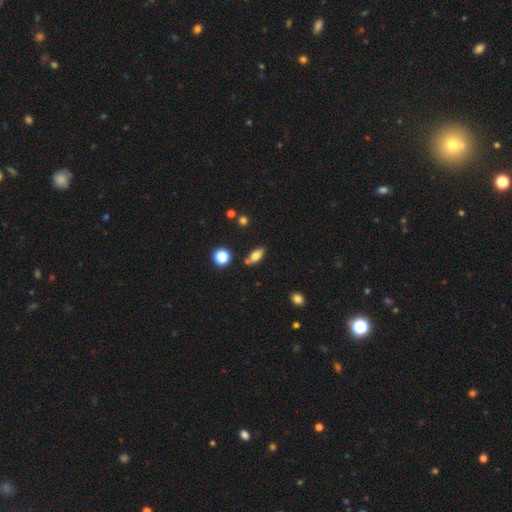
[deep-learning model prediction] This appears to be a smooth galaxy with no disk features (73%) that is in between round and cigar-shaped (79%). Merging: none (73%).